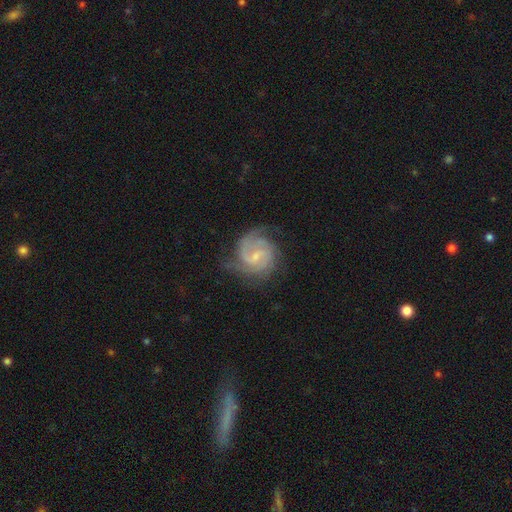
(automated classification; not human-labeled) The model was most divided on "spiral winding": medium: 44%, tight: 43%, loose: 13%. More confident: edge-on disk — no (98%); spiral arms — yes (96%); smooth or featured — featured or disk (84%); merging — none (64%); bulge size — small (64%); bar — weak (60%); spiral arm count — 2 (53%).